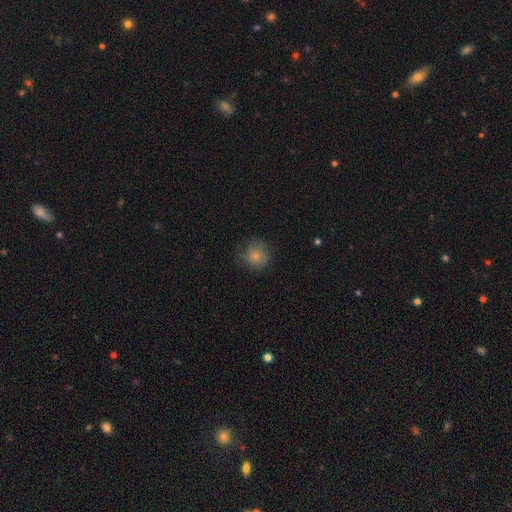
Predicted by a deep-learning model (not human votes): Smooth or featured: smooth — 80% (featured or disk — 11%)
How rounded: round — 88% (in between — 11%)
Merging: none — 70% (minor disturbance — 21%)